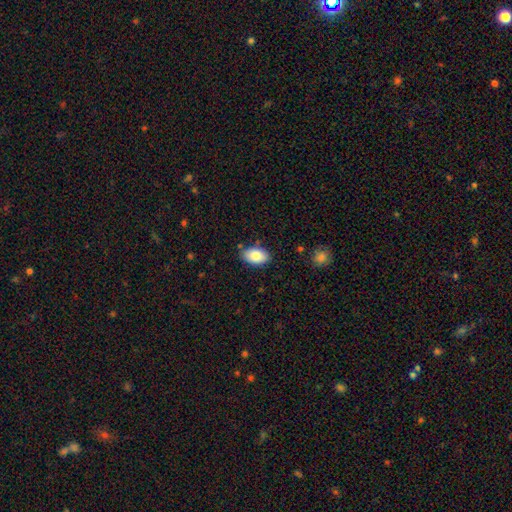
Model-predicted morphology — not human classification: This appears to be a smooth galaxy with no disk features (84%) that is in between round and cigar-shaped (92%). Merging: none (81%).